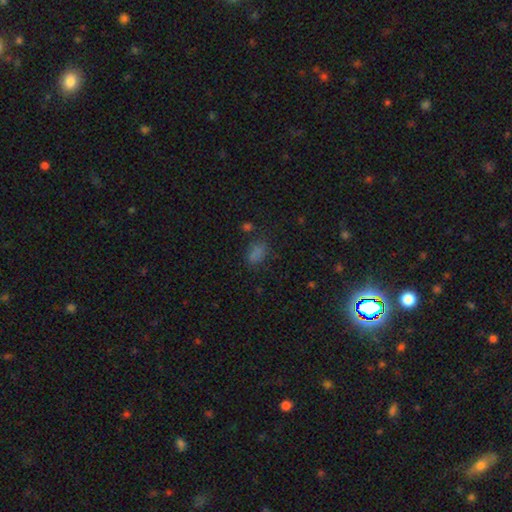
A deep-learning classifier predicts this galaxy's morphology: The model was most divided on "smooth or featured": smooth: 66%, star or artifact: 28%, featured or disk: 6%. More confident: how rounded — in between (83%); merging — none (74%).